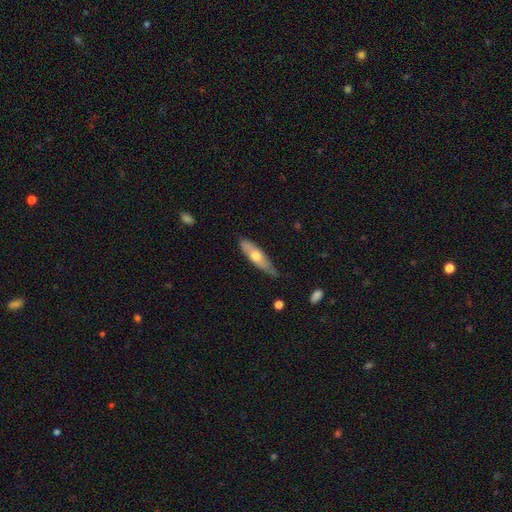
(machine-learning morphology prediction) type=smooth (55%); roundness=cigar-shaped (63%); merging=none (59%).